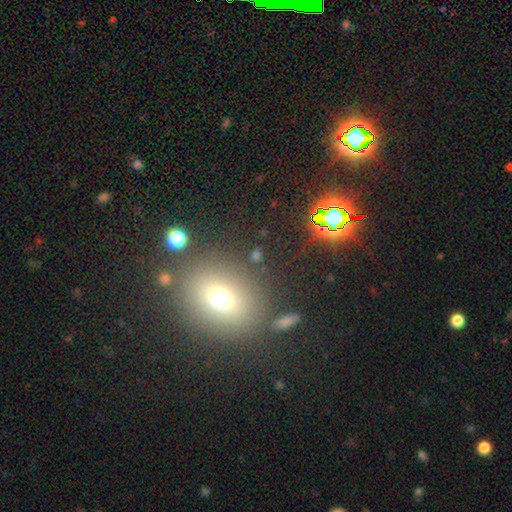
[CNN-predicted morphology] A smooth galaxy with no disk features (61%) that is round (50%).

Vote fractions:
- Smooth or featured? smooth: 61% / star or artifact: 27% / featured or disk: 13%
- How rounded? round: 50% / in between: 48% / cigar-shaped: 2%
- Merging? none: 82% / minor disturbance: 9% / merger: 5% / major disturbance: 4%